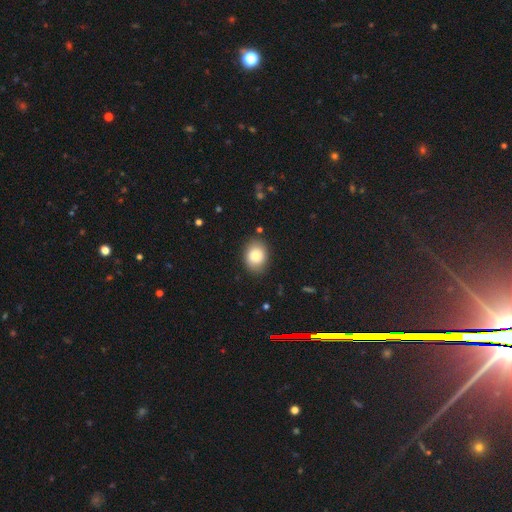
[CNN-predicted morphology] Smooth or featured?
  - smooth: 83% *
  - featured or disk: 9%
  - star or artifact: 8%
How rounded?
  - in between: 60% *
  - round: 39%
  - cigar-shaped: 1%
Merging?
  - none: 84% *
  - minor disturbance: 11%
  - major disturbance: 3%
  - merger: 1%